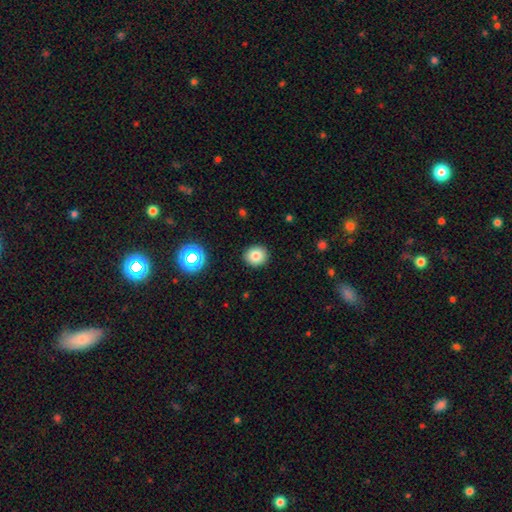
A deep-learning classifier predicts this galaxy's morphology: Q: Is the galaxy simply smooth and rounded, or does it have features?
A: smooth — 80%.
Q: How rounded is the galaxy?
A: round — 86%.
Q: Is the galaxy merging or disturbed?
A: none — 91%.